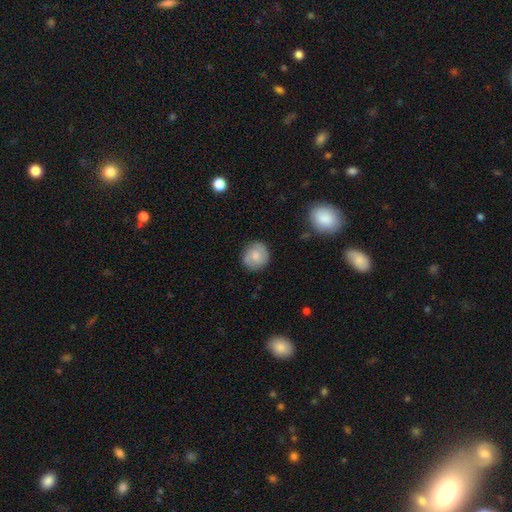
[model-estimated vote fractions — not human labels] Smooth or featured? smooth (59%)
How rounded? round (86%)
Merging? none (83%)